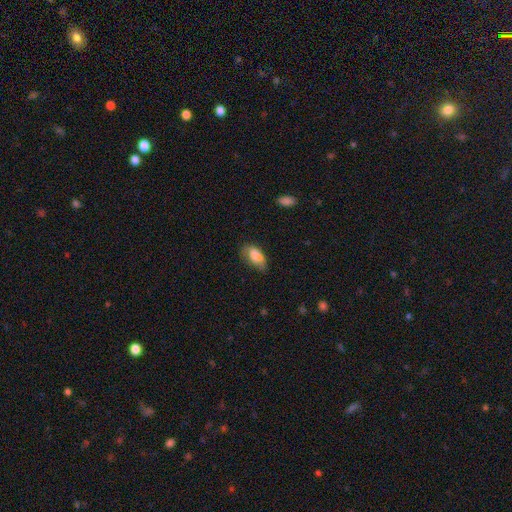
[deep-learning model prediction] smooth-or-featured: smooth: 79% | featured or disk: 13% | star or artifact: 8%
  how-rounded: in between: 91% | cigar-shaped: 5% | round: 4%
  merging: none: 47% | minor disturbance: 35% | major disturbance: 15% | merger: 3%